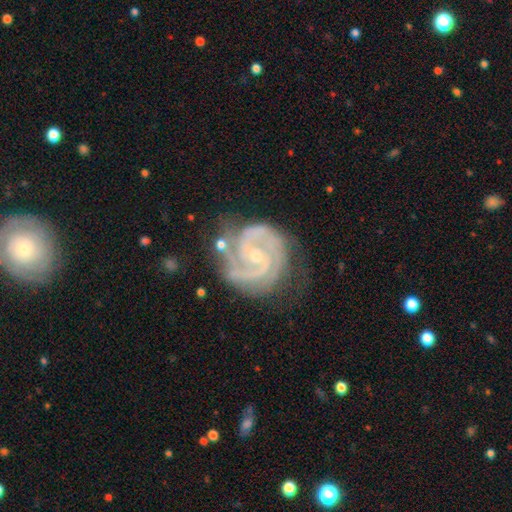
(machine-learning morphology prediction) This is clearly a featured or disk galaxy (92%). It is clearly not viewed edge-on (98%). Bar: possibly no (56%). Spiral arm pattern: clearly yes (99%). Spiral arm count: likely 2 (66%). Spiral winding: likely tight (61%). Central bulge: likely small (68%). Merging: likely none (69%).